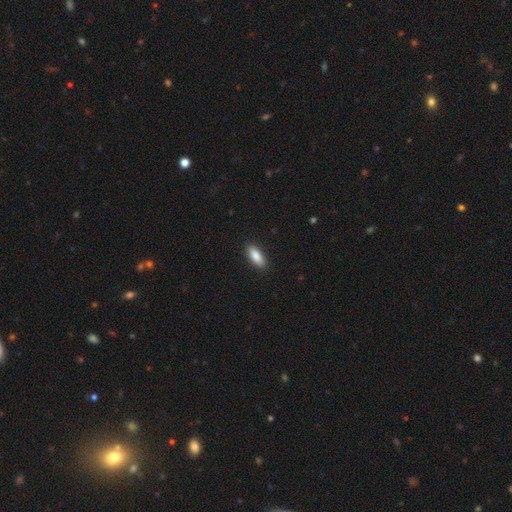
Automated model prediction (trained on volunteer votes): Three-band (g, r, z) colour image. It shows a smooth galaxy with no disk features (87%) that is in between round and cigar-shaped (78%). Merging: none (89%).